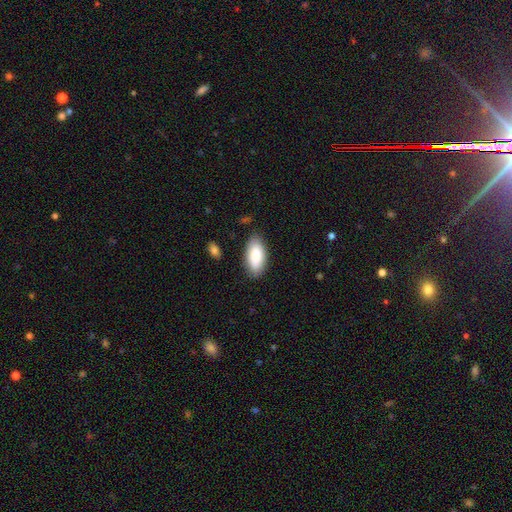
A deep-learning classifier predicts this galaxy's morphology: A smooth galaxy with no disk features (85%) that is in between round and cigar-shaped (92%).

Vote fractions:
- Smooth or featured? smooth: 85% / featured or disk: 9% / star or artifact: 6%
- How rounded? in between: 92% / cigar-shaped: 6% / round: 2%
- Merging? none: 84% / minor disturbance: 12% / major disturbance: 3% / merger: 2%